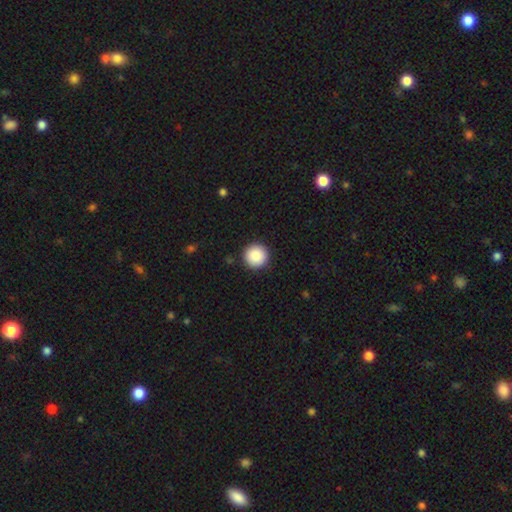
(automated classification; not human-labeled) This is clearly a smooth galaxy (89%). How rounded: clearly round (97%). Merging: clearly none (92%).